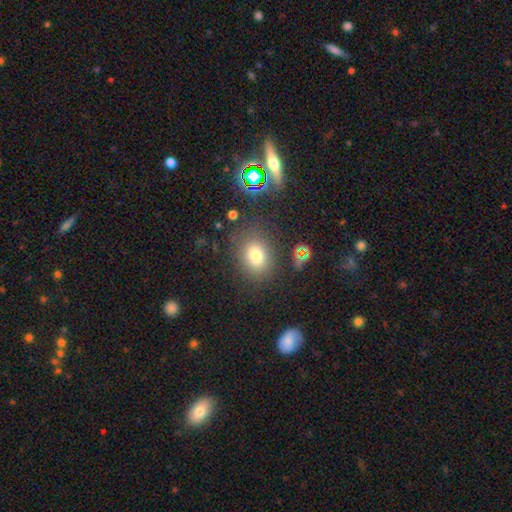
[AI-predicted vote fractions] Smooth or featured: smooth — 74% (star or artifact — 16%)
How rounded: in between — 53% (round — 46%)
Merging: none — 79% (minor disturbance — 12%)